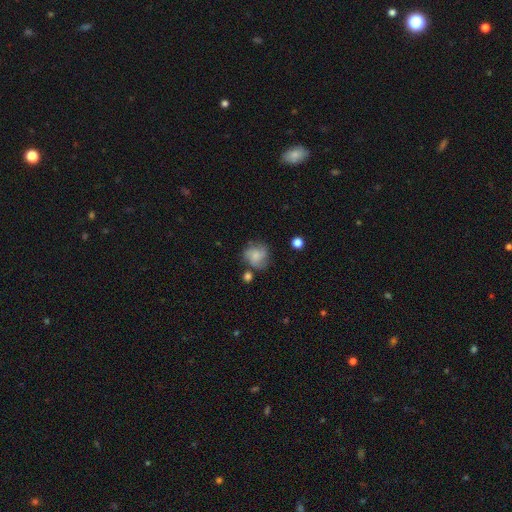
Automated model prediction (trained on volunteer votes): Q: Smooth or featured?
A: smooth (62%); runner-up: featured or disk (28%)
Q: How rounded?
A: round (76%); runner-up: in between (23%)
Q: Merging?
A: none (56%); runner-up: minor disturbance (23%)